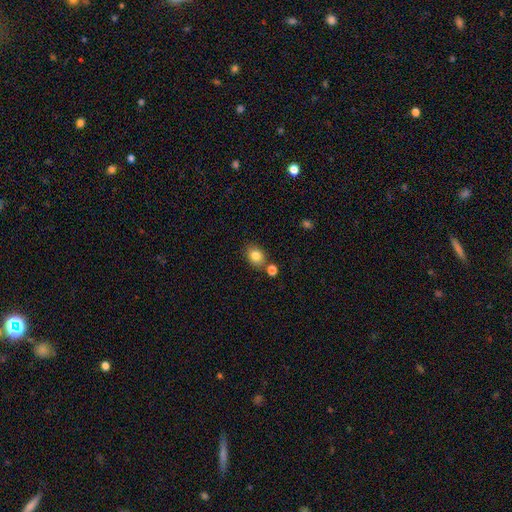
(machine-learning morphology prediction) A smooth galaxy with no disk features (83%) that is in between round and cigar-shaped (54%).

Vote fractions:
- Smooth or featured? smooth: 83% / star or artifact: 10% / featured or disk: 7%
- How rounded? in between: 54% / round: 45% / cigar-shaped: 1%
- Merging? none: 73% / merger: 13% / minor disturbance: 12% / major disturbance: 3%